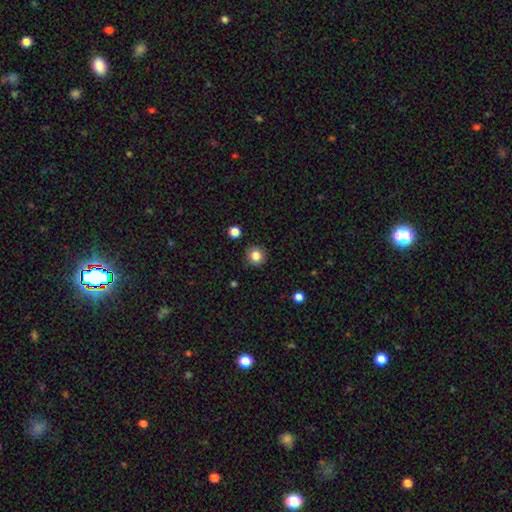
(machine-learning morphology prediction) Smooth or featured: smooth — 84% (star or artifact — 11%)
How rounded: round — 92% (in between — 7%)
Merging: none — 90% (minor disturbance — 7%)